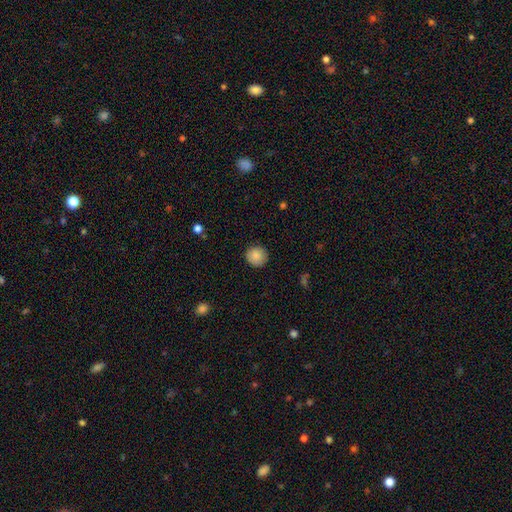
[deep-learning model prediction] smooth 87%, star or artifact 8%, featured or disk 4%. Down the decision tree: how rounded — round (93%); merging — none (90%).